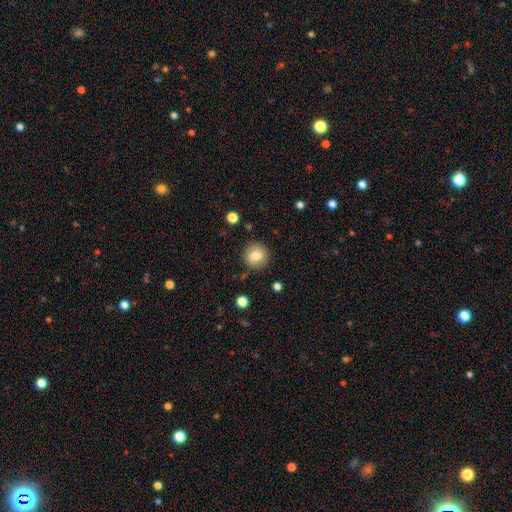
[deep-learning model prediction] smooth 78%, featured or disk 12%, star or artifact 10%. Down the decision tree: how rounded — round (92%); merging — none (88%).